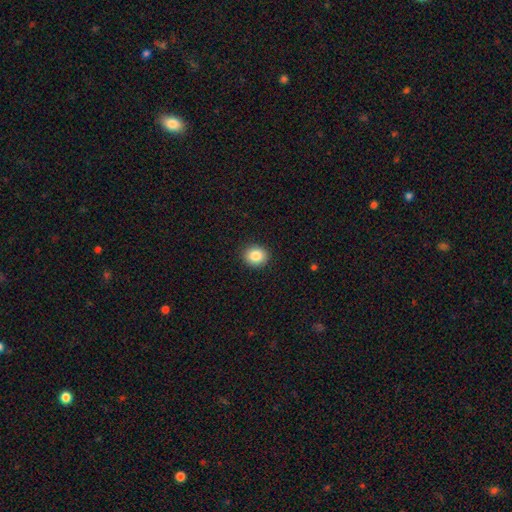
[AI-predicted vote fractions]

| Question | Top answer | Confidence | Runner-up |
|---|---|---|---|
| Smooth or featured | smooth | 86% | star or artifact (9%) |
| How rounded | round | 76% | in between (23%) |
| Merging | none | 91% | minor disturbance (6%) |